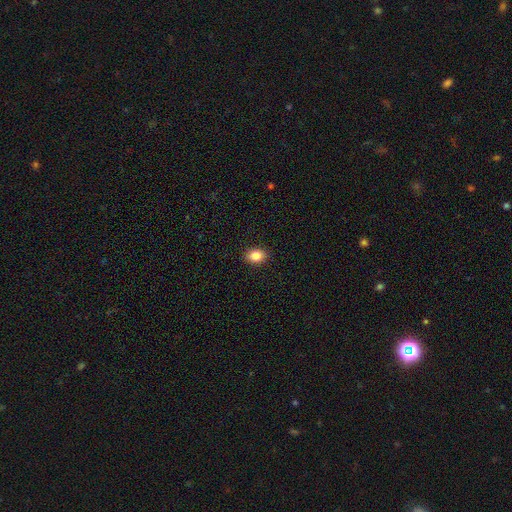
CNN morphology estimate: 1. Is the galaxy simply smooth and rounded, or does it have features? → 85% smooth, 9% star or artifact, 6% featured or disk.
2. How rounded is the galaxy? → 71% in between, 28% round, 1% cigar-shaped.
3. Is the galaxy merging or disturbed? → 90% none, 7% minor disturbance, 2% major disturbance, 1% merger.